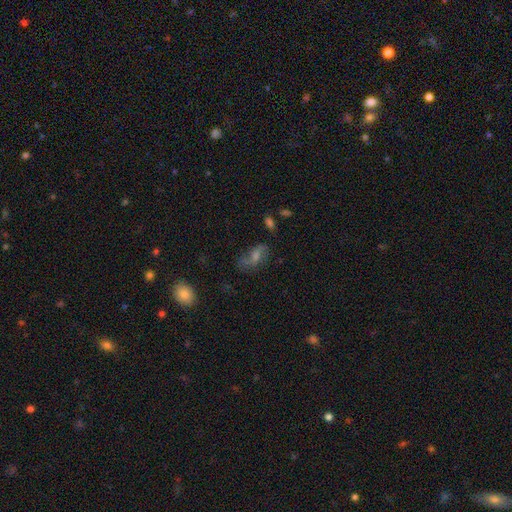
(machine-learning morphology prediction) type=featured or disk (51%); edge-on=no (92%); merging=none (59%).